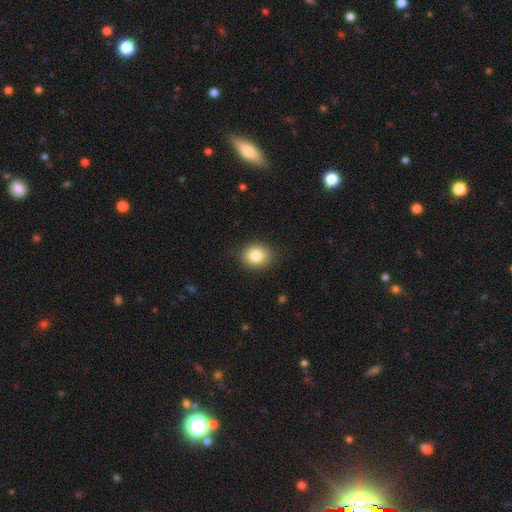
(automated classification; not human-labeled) Overall: smooth (83%). How rounded: round (58%; in between 41%). Merging: none (87%).